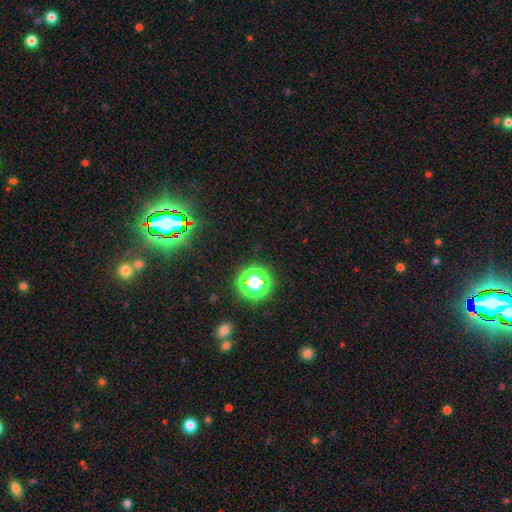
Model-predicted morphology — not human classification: Smooth or featured?
  - star or artifact: 75% *
  - smooth: 18%
  - featured or disk: 7%